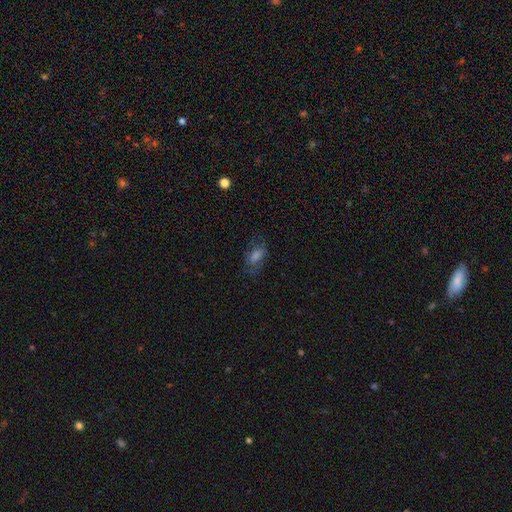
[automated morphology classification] This appears to be a smooth galaxy with no disk features (46%). Merging: none (66%).